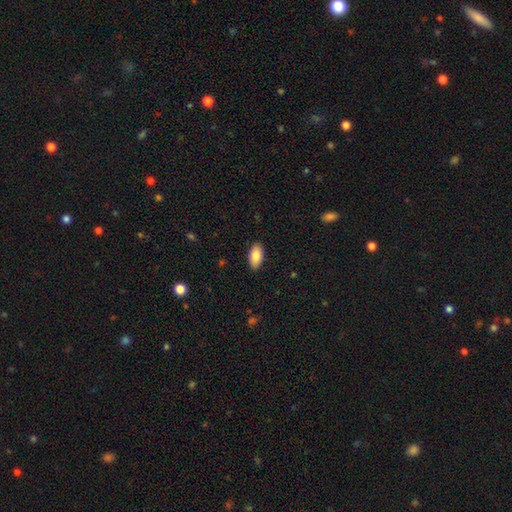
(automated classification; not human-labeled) A smooth galaxy with no disk features (86%) that is in between round and cigar-shaped (94%). Merging: none (89%).